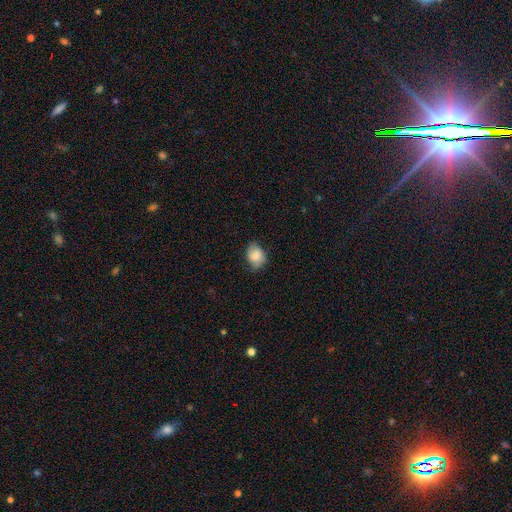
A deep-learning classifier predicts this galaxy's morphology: The model was most divided on "how rounded": in between: 59%, round: 40%, cigar-shaped: 1%. More confident: smooth or featured — smooth (73%); merging — none (64%).